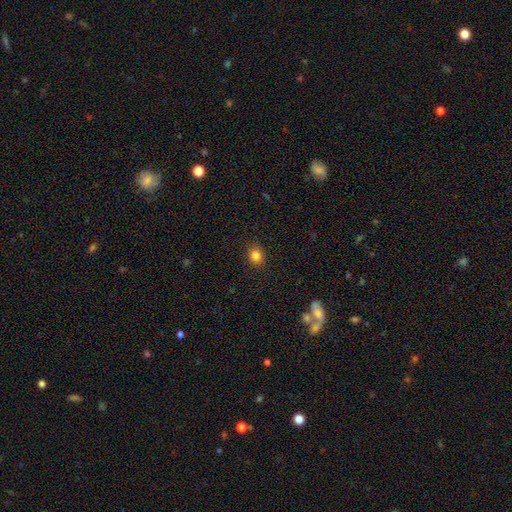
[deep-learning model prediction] smooth_or_featured: smooth (p=0.83) [alt: star or artifact p=0.12]
how_rounded: round (p=0.73) [alt: in between p=0.26]
merging: none (p=0.89) [alt: minor disturbance p=0.08]